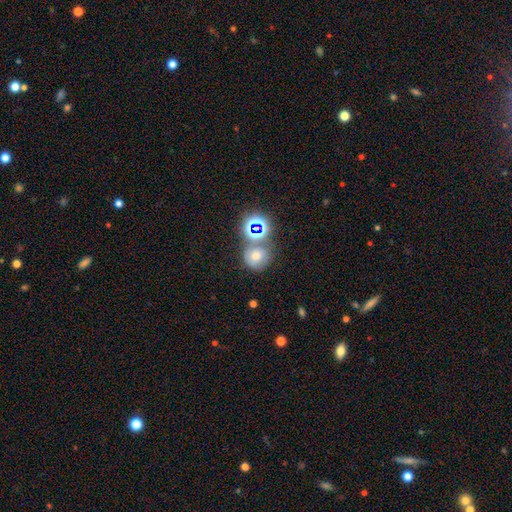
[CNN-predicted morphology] The model was most divided on "merging": none: 53%, merger: 25%, minor disturbance: 15%, major disturbance: 8%. More confident: how rounded — round (82%); smooth or featured — smooth (54%).